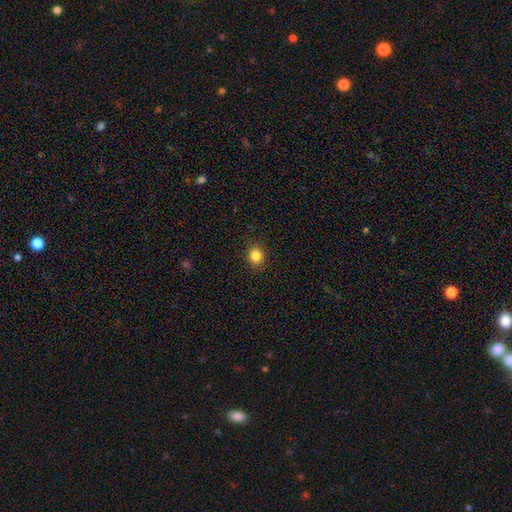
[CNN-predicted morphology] type=smooth (84%); roundness=round (76%); merging=none (90%).